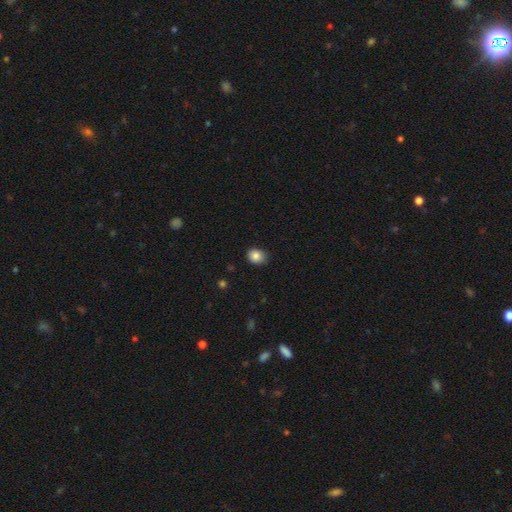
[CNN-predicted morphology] A smooth galaxy with no disk features (84%) that is round (53%). Merging: none (84%).